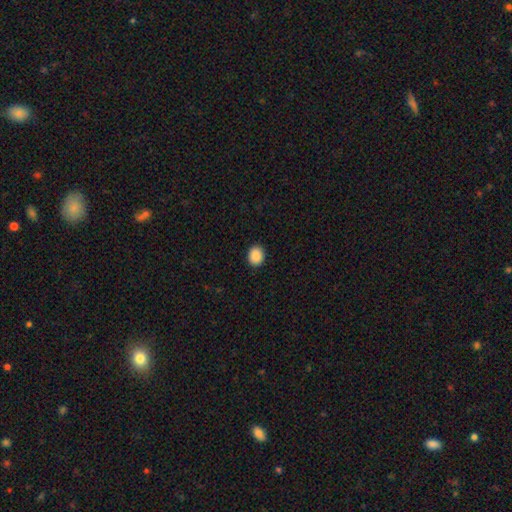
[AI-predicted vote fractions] smooth-or-featured: smooth: 89% | star or artifact: 8% | featured or disk: 3%
  how-rounded: round: 59% | in between: 40% | cigar-shaped: 1%
  merging: none: 92% | minor disturbance: 6% | major disturbance: 2% | merger: 1%